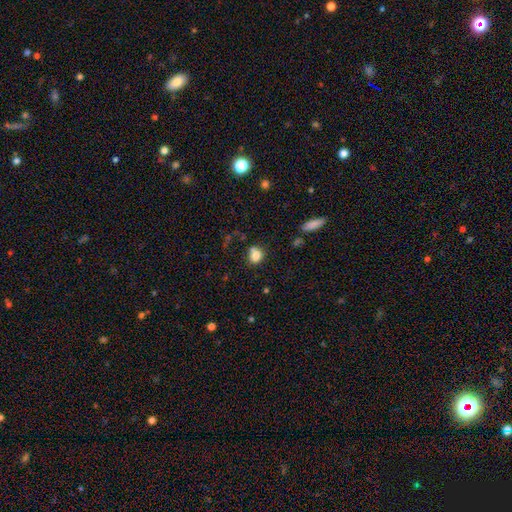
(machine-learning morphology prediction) Overall: smooth (78%). How rounded: round (68%; in between 31%). Merging: none (52%; merger 21%).